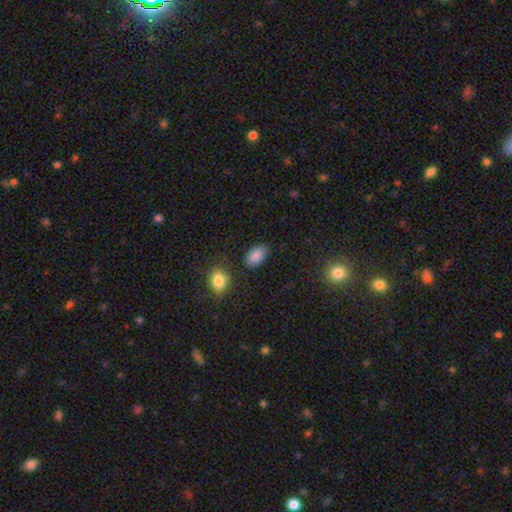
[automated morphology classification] Smooth or featured? smooth (87%)
How rounded? in between (93%)
Merging? none (79%)